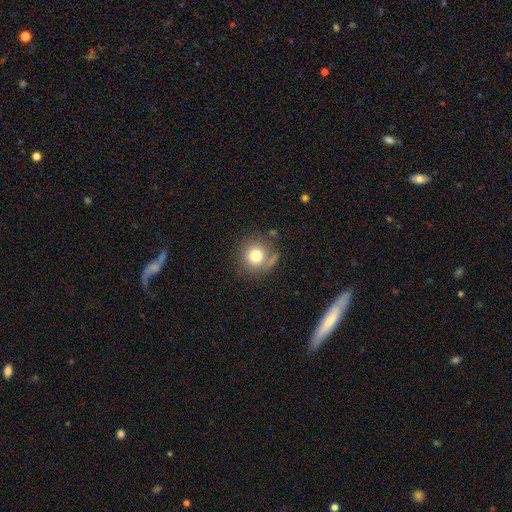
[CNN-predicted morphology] A smooth galaxy with no disk features (76%) that is round (91%).

Vote fractions:
- Smooth or featured? smooth: 76% / star or artifact: 12% / featured or disk: 12%
- How rounded? round: 91% / in between: 8% / cigar-shaped: 1%
- Merging? none: 72% / minor disturbance: 15% / merger: 7% / major disturbance: 6%